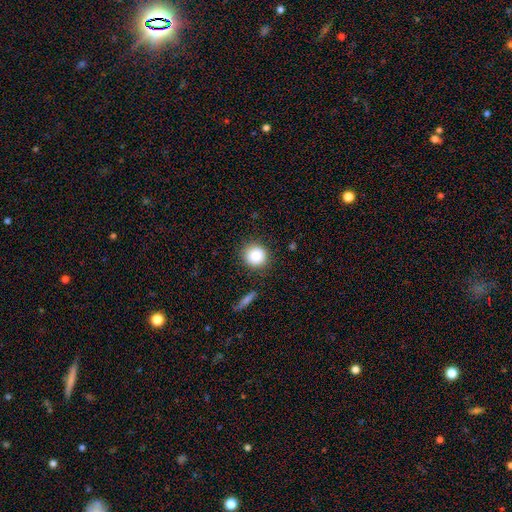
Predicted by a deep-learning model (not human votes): smooth 86%, star or artifact 9%, featured or disk 5%. Down the decision tree: how rounded — round (91%); merging — none (86%).